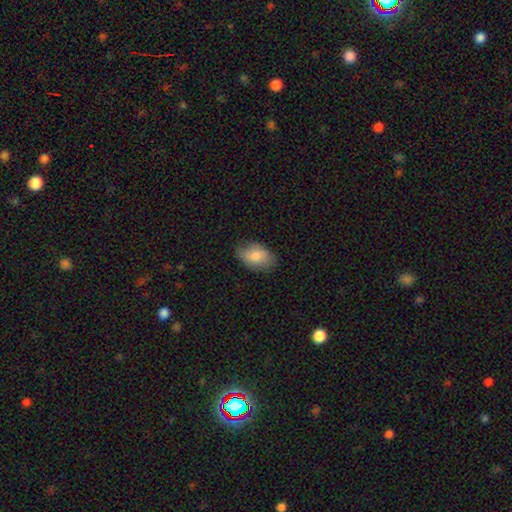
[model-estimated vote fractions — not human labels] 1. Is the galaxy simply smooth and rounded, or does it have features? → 79% smooth, 14% featured or disk, 7% star or artifact.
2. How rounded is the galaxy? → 90% in between, 9% round, 2% cigar-shaped.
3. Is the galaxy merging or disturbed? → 80% none, 16% minor disturbance, 3% major disturbance, 1% merger.